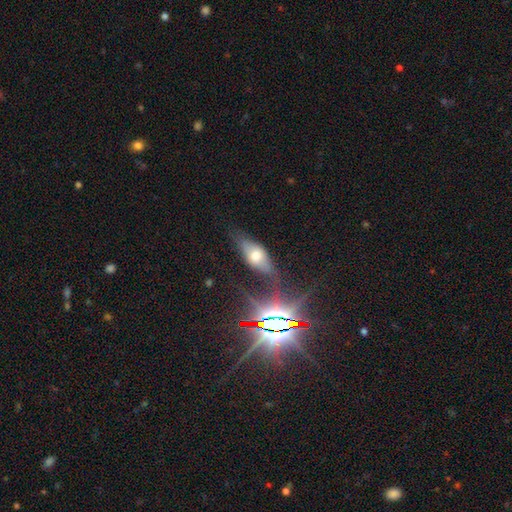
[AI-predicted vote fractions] A smooth galaxy with no disk features (49%).

Vote fractions:
- Smooth or featured? smooth: 49% / featured or disk: 33% / star or artifact: 18%
- Merging? none: 64% / minor disturbance: 22% / major disturbance: 9% / merger: 5%